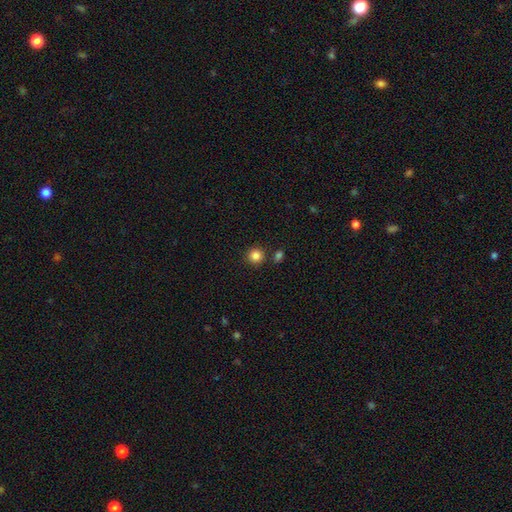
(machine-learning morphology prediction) Smooth or featured?
  - smooth: 85% *
  - star or artifact: 11%
  - featured or disk: 4%
How rounded?
  - round: 93% *
  - in between: 6%
  - cigar-shaped: 1%
Merging?
  - none: 85% *
  - minor disturbance: 7%
  - merger: 6%
  - major disturbance: 2%